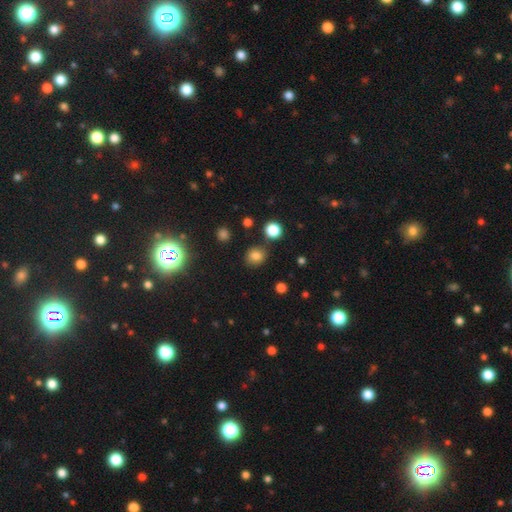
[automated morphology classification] This is likely a smooth galaxy (79%). How rounded: likely round (77%). Merging: clearly none (83%).